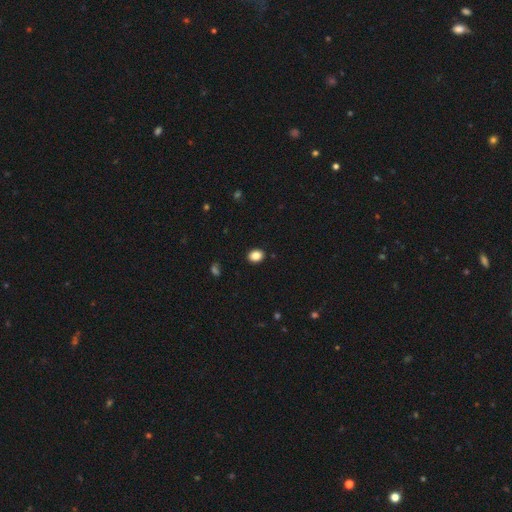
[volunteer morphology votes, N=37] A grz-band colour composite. It shows a smooth galaxy with no disk features (86%) that is in between round and cigar-shaped (59%). Merging: none (89%).